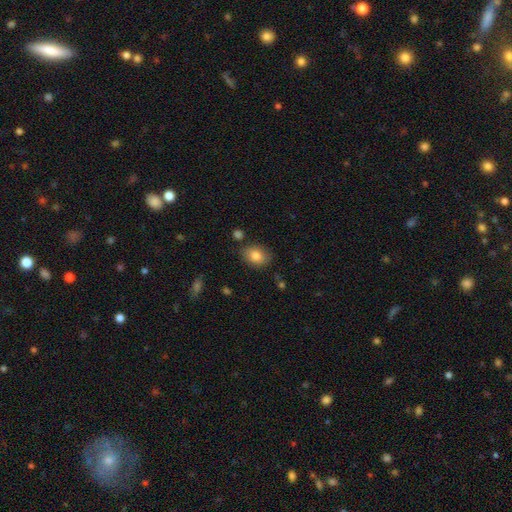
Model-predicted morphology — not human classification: A smooth galaxy with no disk features (83%) that is in between round and cigar-shaped (72%). Merging: none (81%).